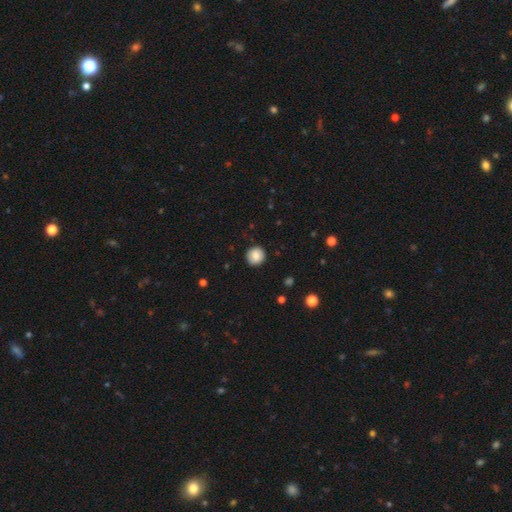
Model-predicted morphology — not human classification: smooth_or_featured: smooth (p=0.83) [alt: featured or disk p=0.09]
how_rounded: round (p=0.93) [alt: in between p=0.06]
merging: none (p=0.90) [alt: minor disturbance p=0.07]